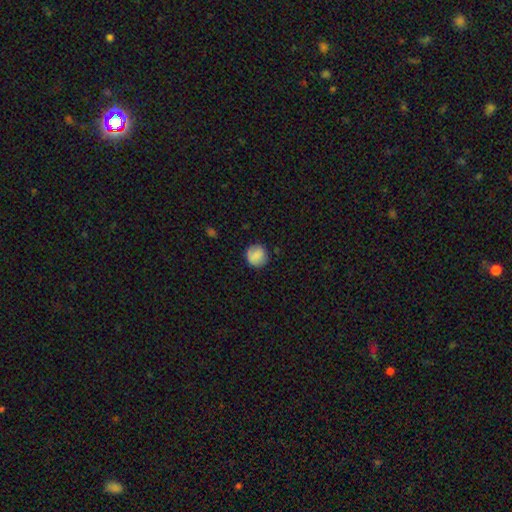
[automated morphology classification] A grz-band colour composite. It shows a smooth galaxy with no disk features (84%) that is round (90%). Merging: none (81%).